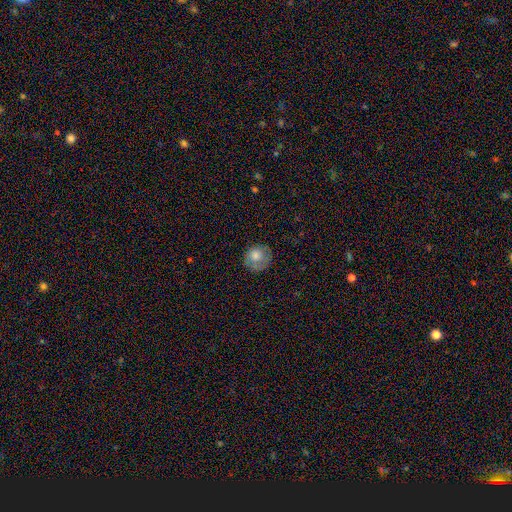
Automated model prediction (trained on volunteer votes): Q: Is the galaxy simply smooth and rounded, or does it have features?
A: smooth — 69%.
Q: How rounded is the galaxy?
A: round — 80%.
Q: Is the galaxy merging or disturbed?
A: none — 68%.